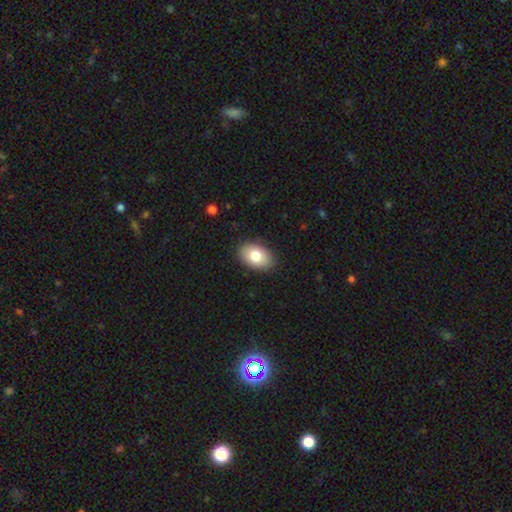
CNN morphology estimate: This appears to be a smooth galaxy with no disk features (79%) that is in between round and cigar-shaped (88%). Merging: none (88%).